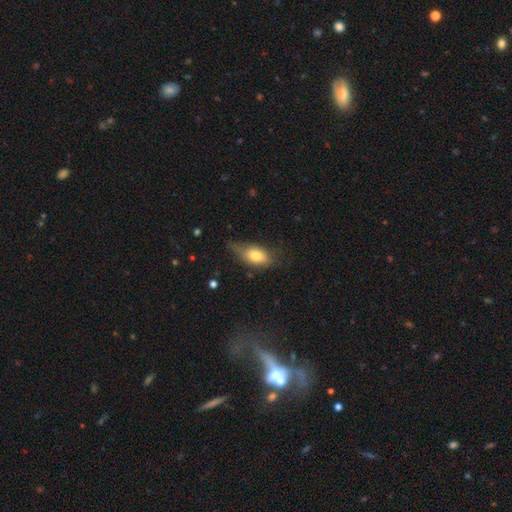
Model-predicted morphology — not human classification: A smooth galaxy with no disk features (74%) that is in between round and cigar-shaped (87%).

Vote fractions:
- Smooth or featured? smooth: 74% / featured or disk: 18% / star or artifact: 7%
- How rounded? in between: 87% / cigar-shaped: 7% / round: 6%
- Merging? none: 48% / minor disturbance: 36% / major disturbance: 13% / merger: 2%